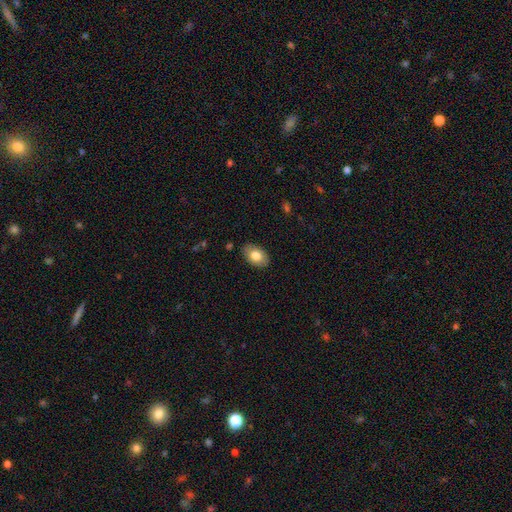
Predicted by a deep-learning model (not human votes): Smooth or featured?
  - smooth: 78% *
  - featured or disk: 15%
  - star or artifact: 7%
How rounded?
  - in between: 90% *
  - round: 9%
  - cigar-shaped: 1%
Merging?
  - none: 86% *
  - minor disturbance: 11%
  - major disturbance: 2%
  - merger: 1%